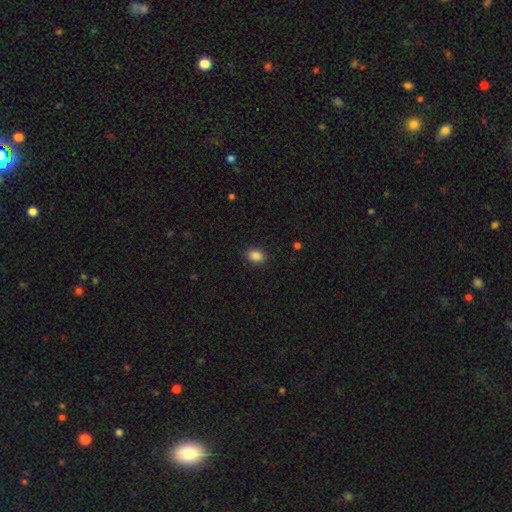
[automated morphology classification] This appears to be a smooth galaxy with no disk features (87%) that is in between round and cigar-shaped (57%). Merging: none (90%).